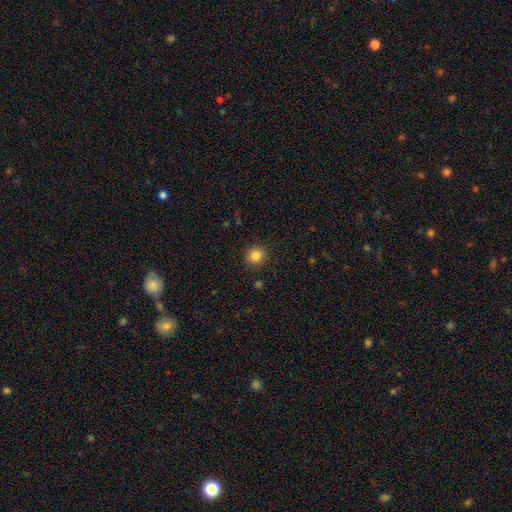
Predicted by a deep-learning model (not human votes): Smooth or featured? smooth (84%)
How rounded? round (93%)
Merging? none (91%)